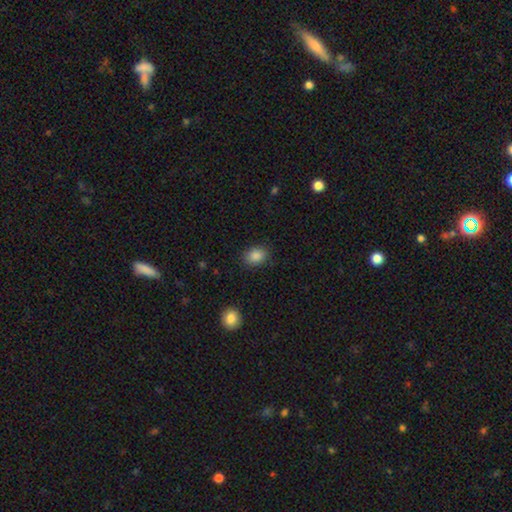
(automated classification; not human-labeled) smooth_or_featured: smooth (p=0.87) [alt: star or artifact p=0.09]
how_rounded: in between (p=0.61) [alt: round p=0.38]
merging: none (p=0.85) [alt: minor disturbance p=0.10]